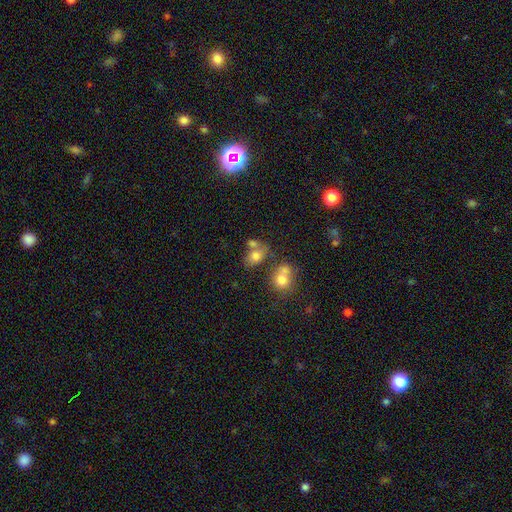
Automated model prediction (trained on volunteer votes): A smooth galaxy with no disk features (74%) that is in between round and cigar-shaped (61%). Merging: none (44%).